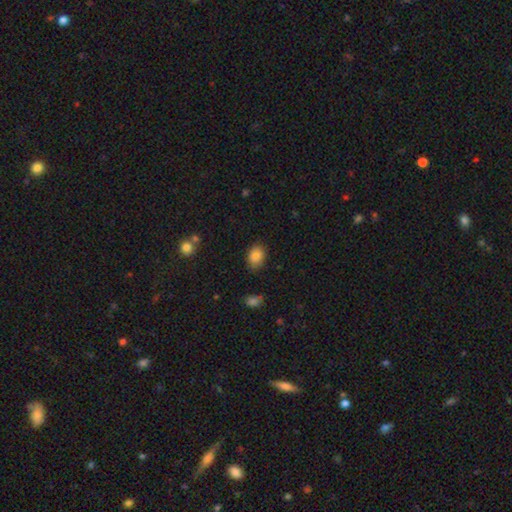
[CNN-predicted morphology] Smooth or featured: smooth — 86% (star or artifact — 9%)
How rounded: in between — 70% (round — 29%)
Merging: none — 81% (minor disturbance — 15%)